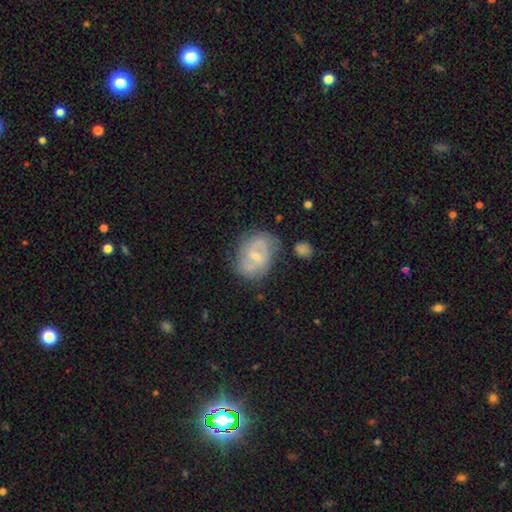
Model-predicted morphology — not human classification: This is likely a featured or disk galaxy (69%). It is clearly not viewed edge-on (97%). Bar: possibly weak (52%). Spiral arm pattern: clearly yes (81%). Spiral arm count: likely 2 (79%). Spiral winding: possibly medium (48%). Central bulge: possibly small (59%). Merging: likely none (68%).